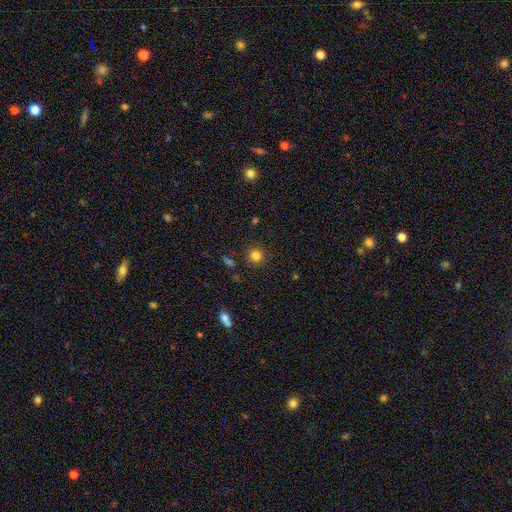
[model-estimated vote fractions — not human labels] Morphology: type=smooth (81%); roundness=round (93%); merging=none (88%).